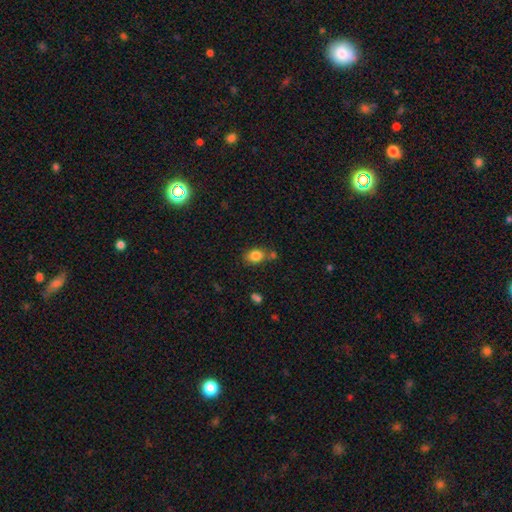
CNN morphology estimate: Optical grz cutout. It shows a smooth galaxy with no disk features (83%) that is in between round and cigar-shaped (63%). Merging: none (65%).